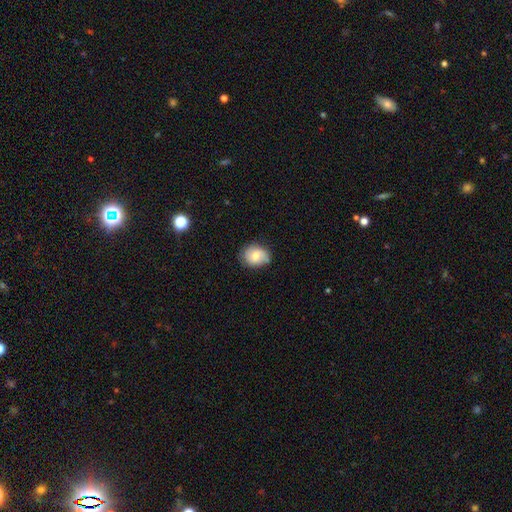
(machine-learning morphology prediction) smooth-or-featured: smooth: 66% | featured or disk: 27% | star or artifact: 8%
  how-rounded: in between: 50% | round: 49% | cigar-shaped: 1%
  merging: none: 76% | minor disturbance: 19% | major disturbance: 4% | merger: 1%